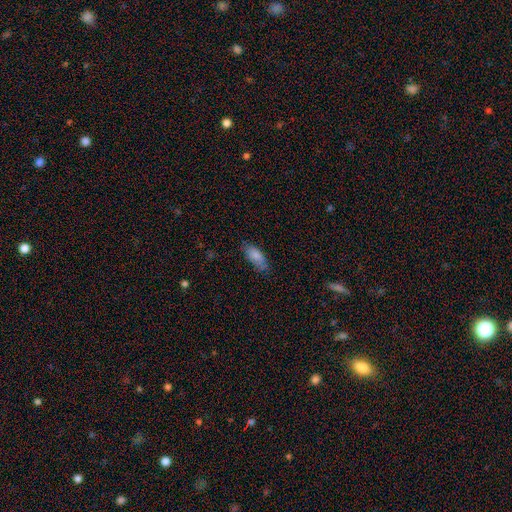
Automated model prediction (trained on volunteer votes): Overall: smooth (83%). How rounded: in between (84%). Merging: none (70%).